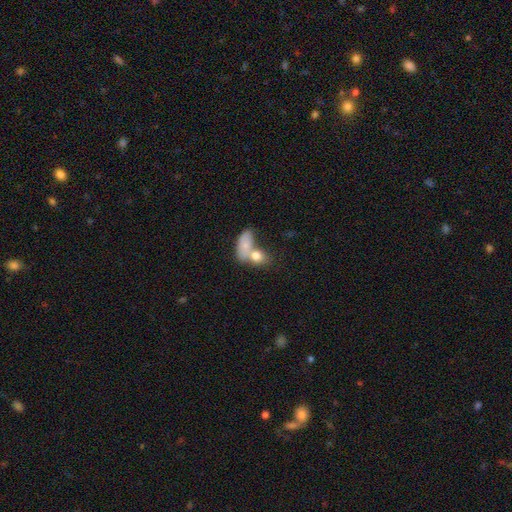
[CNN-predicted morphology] smooth-or-featured: smooth: 47% | star or artifact: 27% | featured or disk: 26%
  merging: merger: 46% | none: 34% | minor disturbance: 11% | major disturbance: 9%